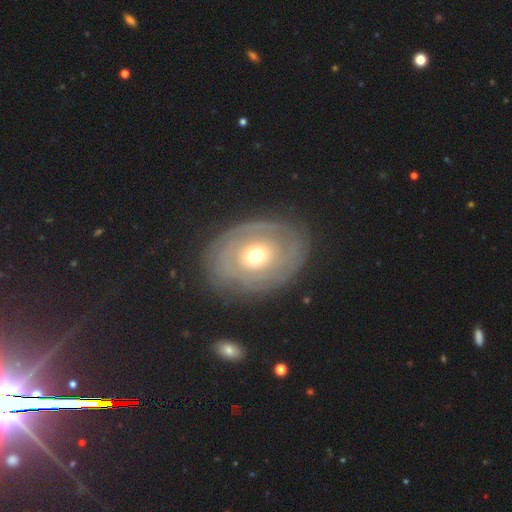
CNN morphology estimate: Smooth or featured?
  - featured or disk: 70% *
  - smooth: 24%
  - star or artifact: 6%
Edge-on disk?
  - no: 95% *
  - yes: 5%
Bar?
  - no: 85% *
  - weak: 12%
  - strong: 4%
Spiral arms?
  - yes: 60% *
  - no: 40%
Bulge size?
  - moderate: 67% *
  - small: 22%
  - large: 8%
  - dominant: 1%
  - none: 1%
Merging?
  - none: 80% *
  - minor disturbance: 13%
  - major disturbance: 5%
  - merger: 2%